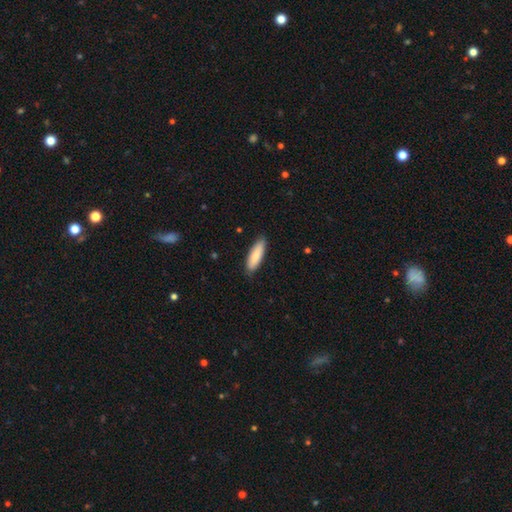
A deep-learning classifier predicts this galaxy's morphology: This appears to be a smooth galaxy with no disk features (85%) that is in between round and cigar-shaped (50%). Merging: none (86%).